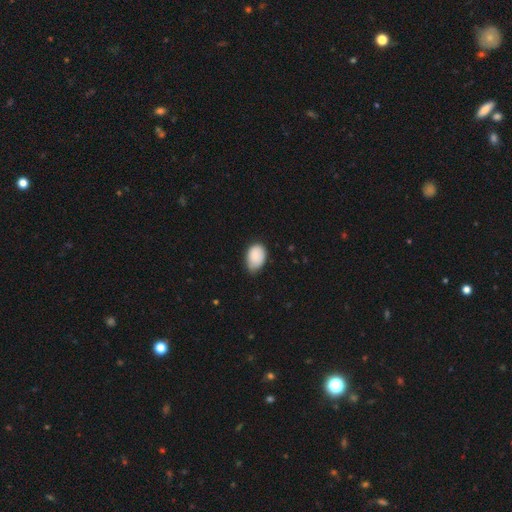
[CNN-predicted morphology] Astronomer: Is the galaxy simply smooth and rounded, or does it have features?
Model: smooth — 86%.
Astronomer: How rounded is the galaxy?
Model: in between — 85%.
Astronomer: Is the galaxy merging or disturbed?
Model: none — 56% (runner-up: minor disturbance, 38%).